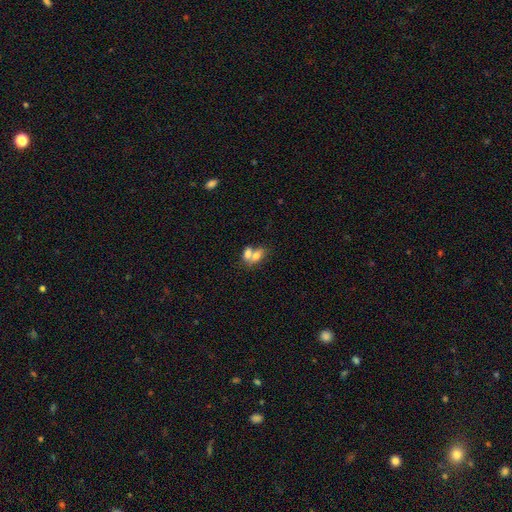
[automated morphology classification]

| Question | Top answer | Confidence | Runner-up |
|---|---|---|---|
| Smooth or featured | smooth | 73% | featured or disk (19%) |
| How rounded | in between | 81% | round (16%) |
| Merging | merger | 67% | none (22%) |